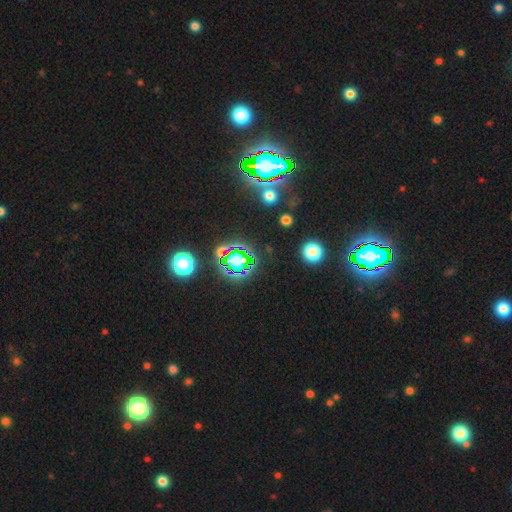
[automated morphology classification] This appears to be a star or artifact, not a galaxy (82%).